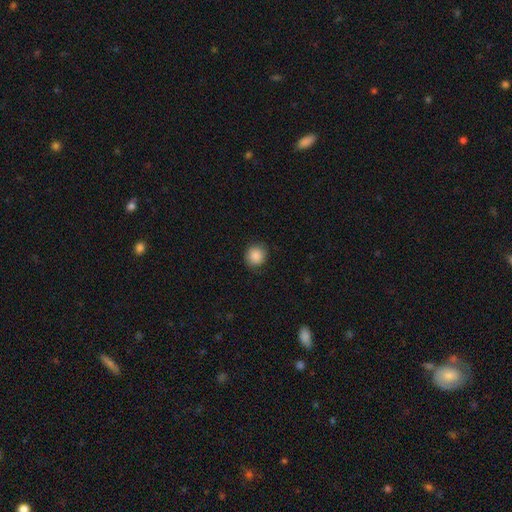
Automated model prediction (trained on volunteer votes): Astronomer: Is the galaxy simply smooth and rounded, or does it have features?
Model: smooth — 88%.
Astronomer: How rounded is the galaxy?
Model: round — 88%.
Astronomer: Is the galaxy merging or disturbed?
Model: none — 88%.